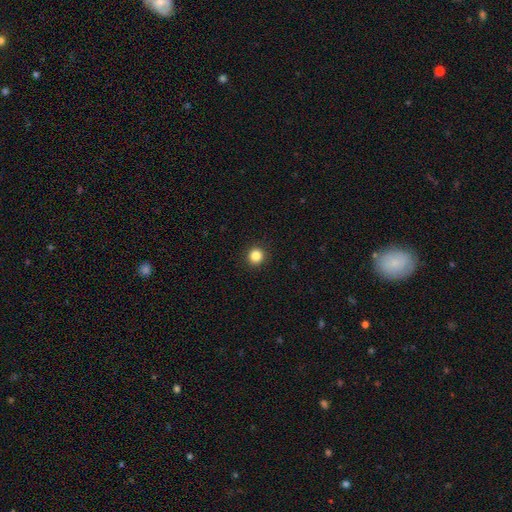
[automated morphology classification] Smooth or featured? smooth (85%)
How rounded? round (93%)
Merging? none (93%)